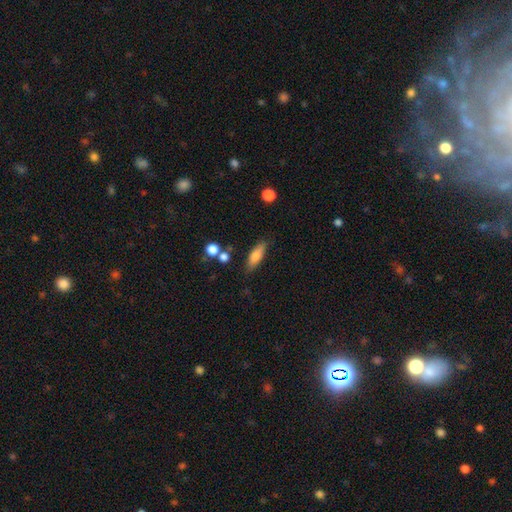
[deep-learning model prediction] Smooth or featured? Predicted: smooth (p=0.75). How rounded? Predicted: in between (p=0.57). Merging? Predicted: none (p=0.76).